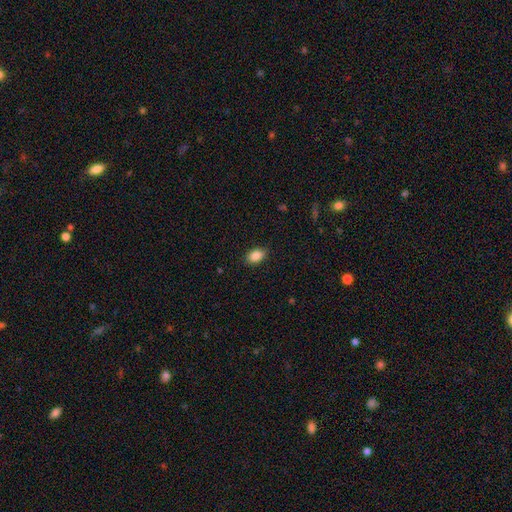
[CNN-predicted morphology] smooth_or_featured: smooth (p=0.88) [alt: star or artifact p=0.08]
how_rounded: in between (p=0.86) [alt: round p=0.13]
merging: none (p=0.87) [alt: minor disturbance p=0.10]